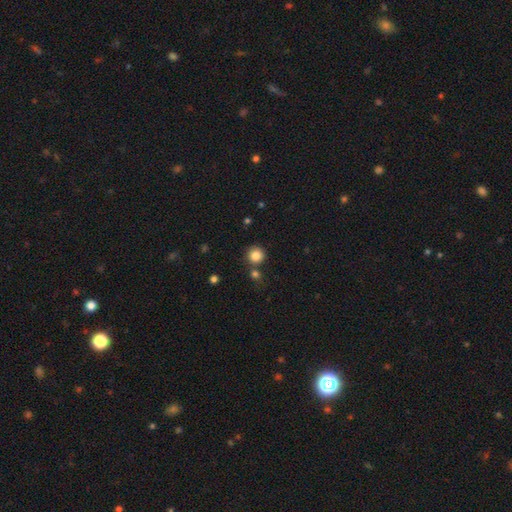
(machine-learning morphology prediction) smooth-or-featured: smooth: 84% | star or artifact: 11% | featured or disk: 5%
  how-rounded: round: 93% | in between: 6% | cigar-shaped: 1%
  merging: none: 78% | merger: 11% | minor disturbance: 8% | major disturbance: 3%